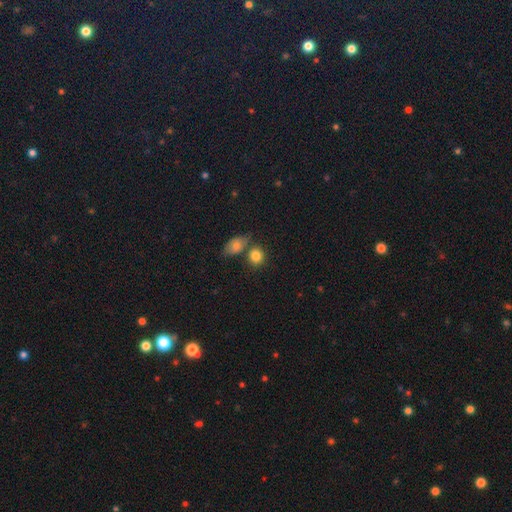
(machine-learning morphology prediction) A smooth galaxy with no disk features (84%) that is round (72%).

Vote fractions:
- Smooth or featured? smooth: 84% / star or artifact: 9% / featured or disk: 7%
- How rounded? round: 72% / in between: 27% / cigar-shaped: 1%
- Merging? none: 60% / merger: 25% / minor disturbance: 11% / major disturbance: 4%